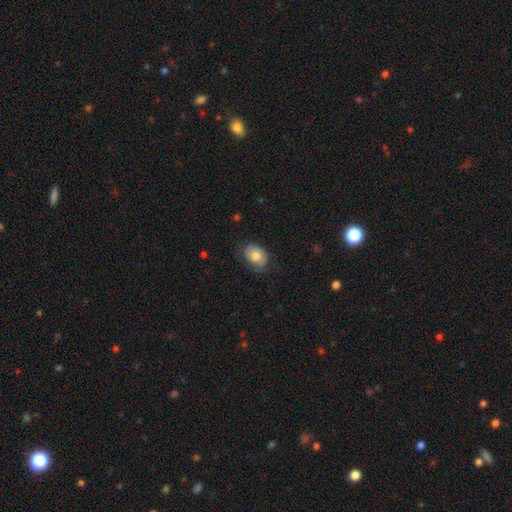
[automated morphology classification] This is likely a smooth galaxy (73%). How rounded: likely in between (73%). Merging: likely none (68%).